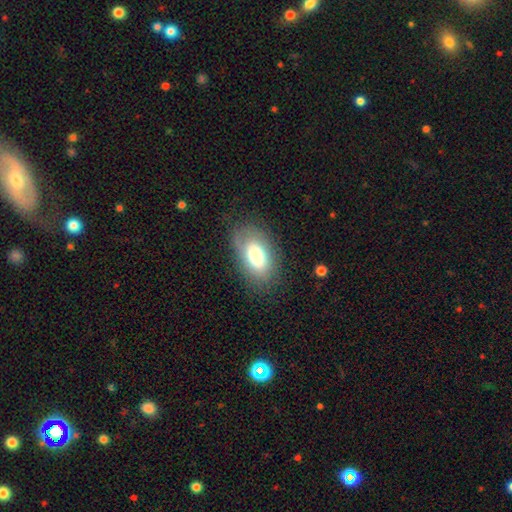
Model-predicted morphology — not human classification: The model was most divided on "smooth or featured": smooth: 74%, featured or disk: 18%, star or artifact: 8%. More confident: how rounded — in between (93%); merging — none (75%).